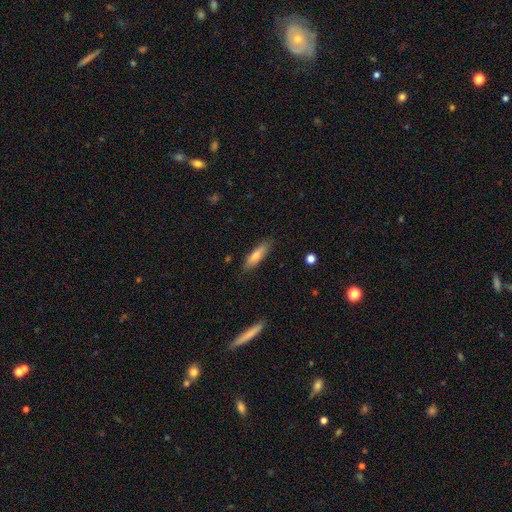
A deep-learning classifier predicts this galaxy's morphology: type=smooth (70%); roundness=cigar-shaped (69%); merging=none (85%).